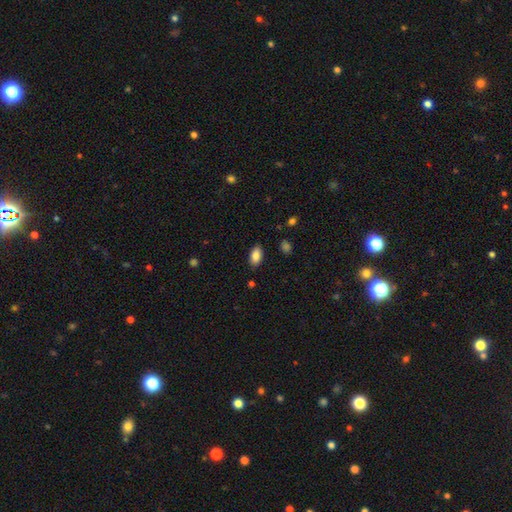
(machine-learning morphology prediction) The model was most divided on "merging": none: 87%, minor disturbance: 10%, major disturbance: 2%, merger: 1%. More confident: how rounded — in between (93%); smooth or featured — smooth (86%).